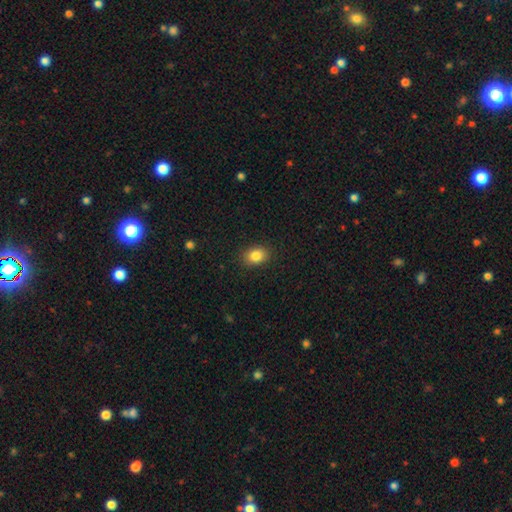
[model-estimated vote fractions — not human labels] This appears to be a smooth galaxy with no disk features (85%) that is in between round and cigar-shaped (69%). Merging: none (88%).